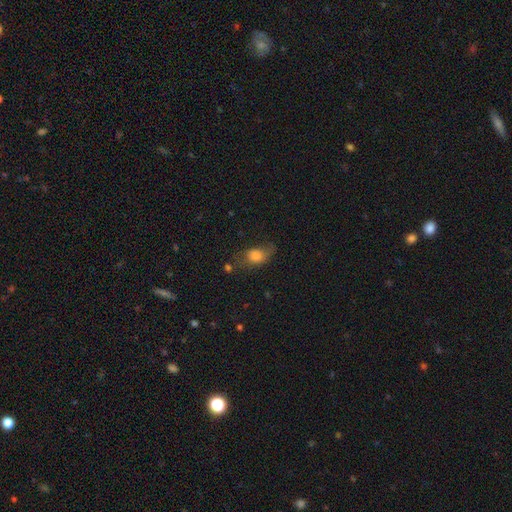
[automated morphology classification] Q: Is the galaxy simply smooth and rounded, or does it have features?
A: smooth — 70%.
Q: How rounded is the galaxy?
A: in between — 72%.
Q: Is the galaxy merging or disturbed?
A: none — 40%.